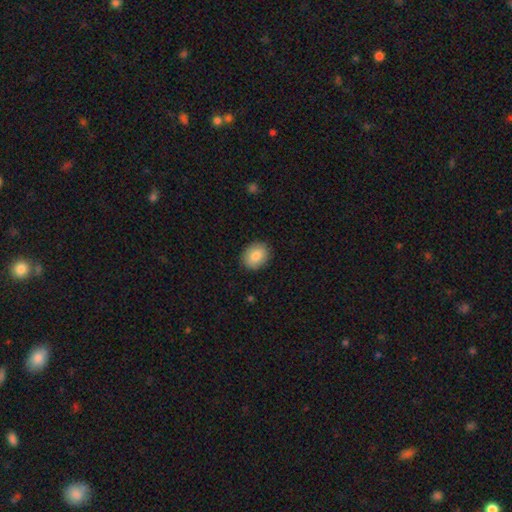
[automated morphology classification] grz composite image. It shows a smooth galaxy with no disk features (85%) that is in between round and cigar-shaped (56%). Merging: none (89%).